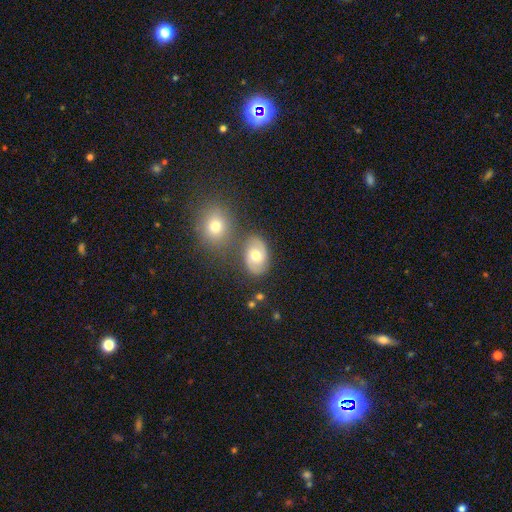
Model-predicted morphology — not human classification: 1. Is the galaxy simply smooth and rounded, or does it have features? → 45% featured or disk (tied), 45% smooth (tied), 10% star or artifact.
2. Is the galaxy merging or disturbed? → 71% none, 14% minor disturbance, 11% merger, 5% major disturbance.